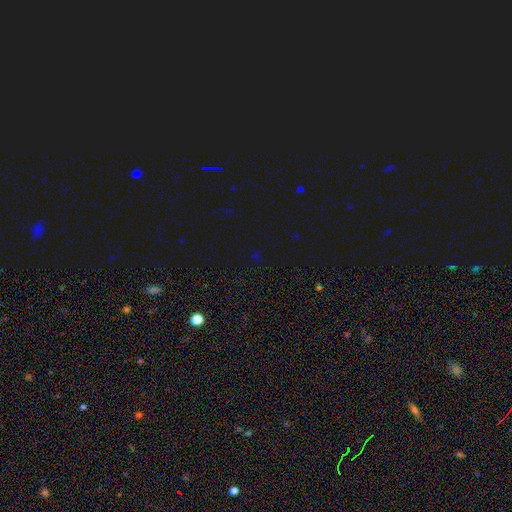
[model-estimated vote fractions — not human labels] Overall: star or artifact (73%).